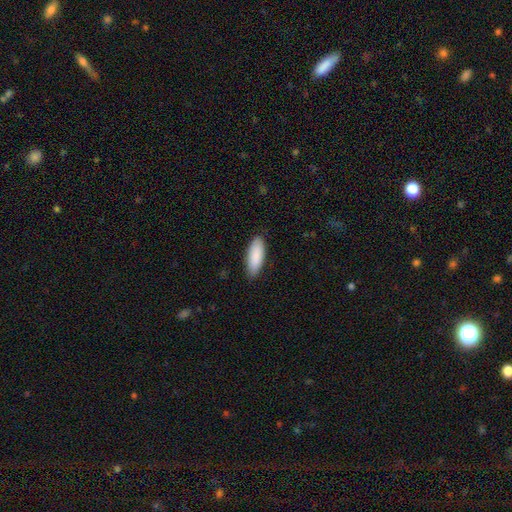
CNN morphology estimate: Smooth or featured? smooth (89%)
How rounded? in between (71%)
Merging? none (87%)